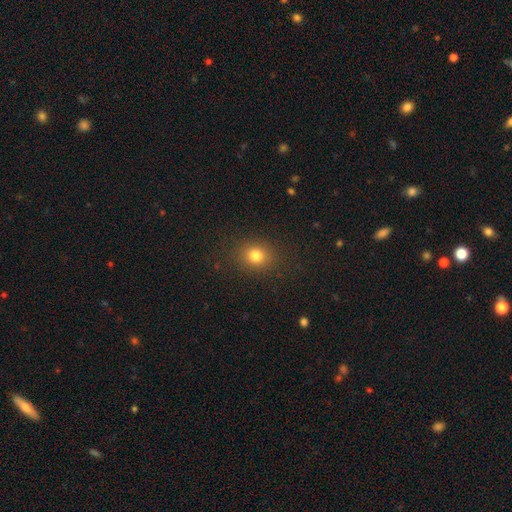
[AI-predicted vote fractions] Smooth or featured: smooth — 81% (star or artifact — 13%)
How rounded: round — 68% (in between — 31%)
Merging: none — 86% (minor disturbance — 9%)